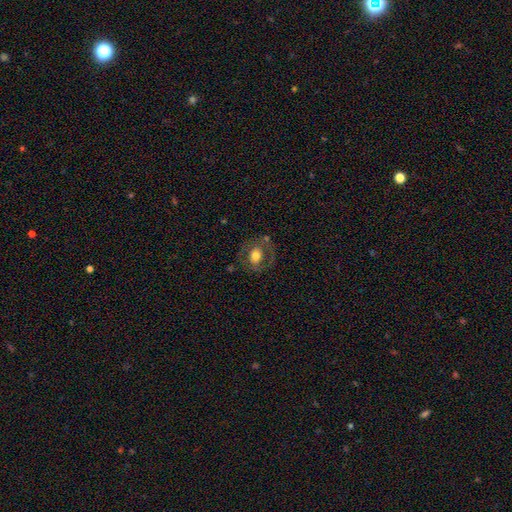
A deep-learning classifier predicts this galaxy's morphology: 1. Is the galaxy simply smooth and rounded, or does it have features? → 53% smooth, 39% featured or disk, 8% star or artifact.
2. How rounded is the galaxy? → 51% round, 47% in between, 1% cigar-shaped.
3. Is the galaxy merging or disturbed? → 68% none, 17% minor disturbance, 11% major disturbance, 4% merger.